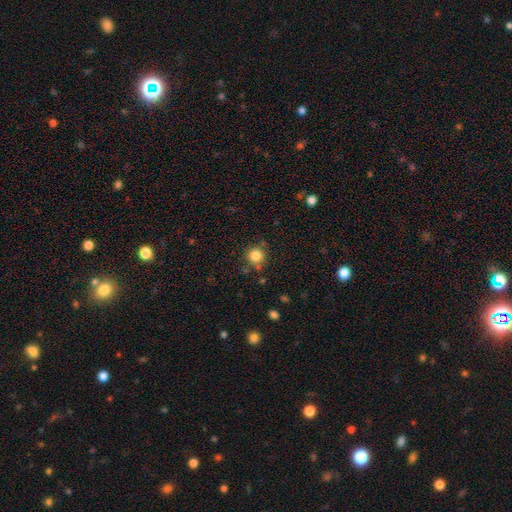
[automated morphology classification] smooth 83%, star or artifact 12%, featured or disk 5%. Down the decision tree: how rounded — round (94%); merging — none (80%).